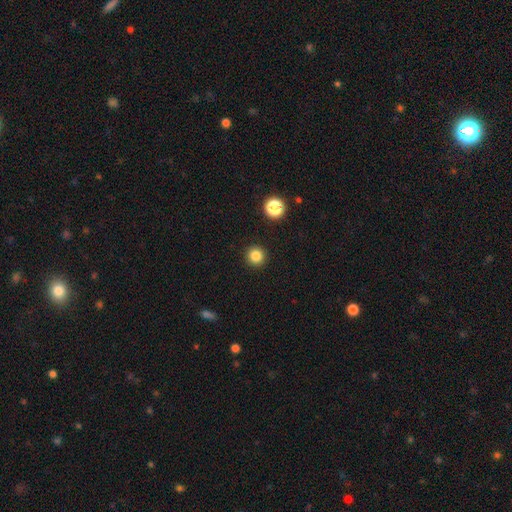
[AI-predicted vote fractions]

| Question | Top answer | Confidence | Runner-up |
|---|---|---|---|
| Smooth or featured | smooth | 83% | star or artifact (12%) |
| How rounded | round | 95% | in between (4%) |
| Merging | none | 93% | minor disturbance (4%) |